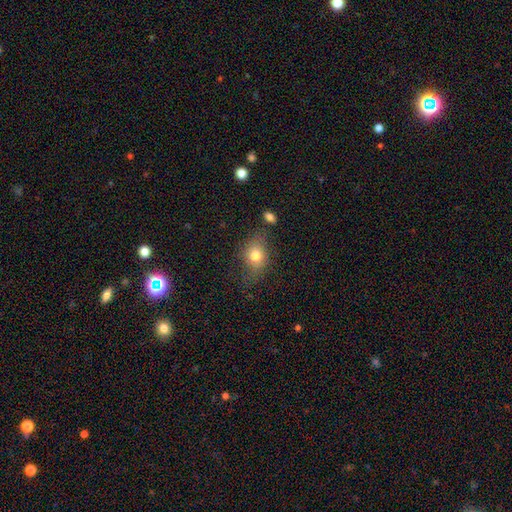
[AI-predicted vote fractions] Q: Smooth or featured?
A: smooth (76%); runner-up: featured or disk (14%)
Q: How rounded?
A: in between (59%); runner-up: round (39%)
Q: Merging?
A: none (60%); runner-up: minor disturbance (25%)